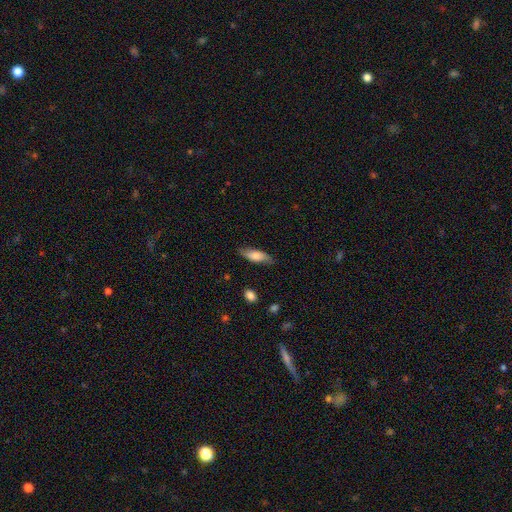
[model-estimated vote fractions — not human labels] A smooth galaxy with no disk features (69%) that is in between round and cigar-shaped (62%).

Vote fractions:
- Smooth or featured? smooth: 69% / featured or disk: 24% / star or artifact: 6%
- How rounded? in between: 62% / cigar-shaped: 36% / round: 2%
- Merging? none: 80% / minor disturbance: 16% / major disturbance: 3% / merger: 1%